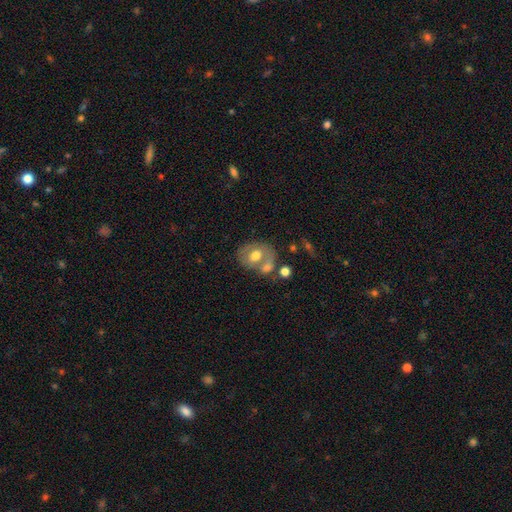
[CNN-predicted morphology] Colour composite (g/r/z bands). It shows a smooth galaxy with no disk features (54%) that is in between round and cigar-shaped (50%). Merging: none (47%).